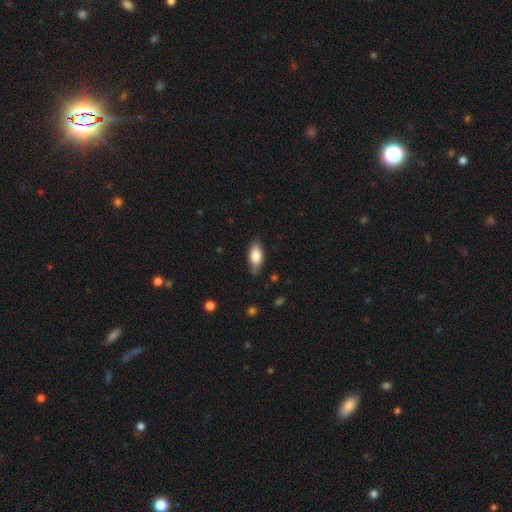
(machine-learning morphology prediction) This appears to be a smooth galaxy with no disk features (81%) that is in between round and cigar-shaped (87%). Merging: none (78%).